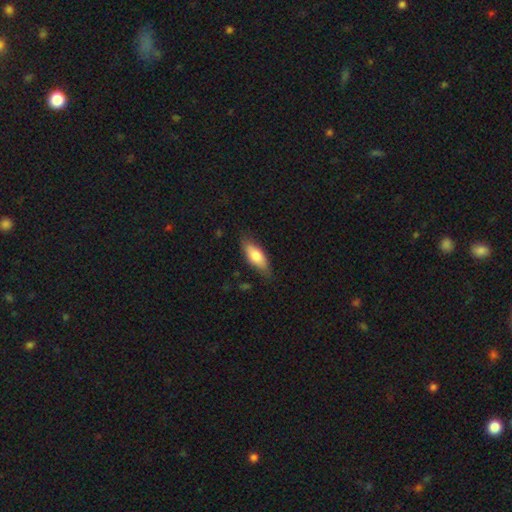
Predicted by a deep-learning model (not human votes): A smooth galaxy with no disk features (74%) that is in between round and cigar-shaped (71%).

Vote fractions:
- Smooth or featured? smooth: 74% / featured or disk: 20% / star or artifact: 6%
- How rounded? in between: 71% / cigar-shaped: 26% / round: 2%
- Merging? none: 79% / minor disturbance: 17% / major disturbance: 3% / merger: 1%